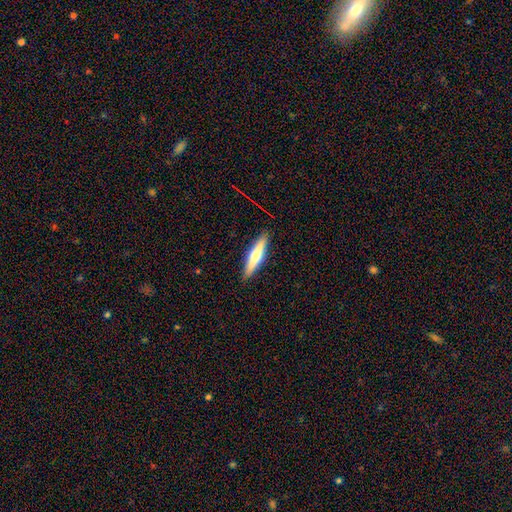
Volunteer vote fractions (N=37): smooth-or-featured: featured or disk: 70% | smooth: 24% | star or artifact: 5%
  disk-edge-on: yes: 96% | no: 4%
    edge-on-bulge: rounded: 84% | boxy: 12% | none: 4%
  merging: none: 89% | minor disturbance: 11% | major disturbance: 0% | merger: 0%